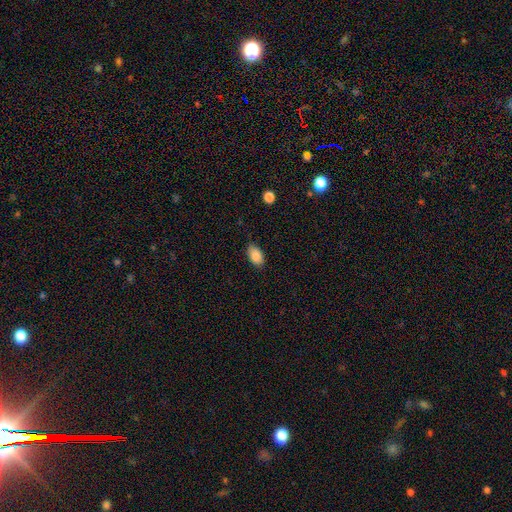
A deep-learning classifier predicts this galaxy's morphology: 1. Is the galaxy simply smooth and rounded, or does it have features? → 88% smooth, 8% star or artifact, 5% featured or disk.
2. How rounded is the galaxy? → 92% in between, 6% round, 2% cigar-shaped.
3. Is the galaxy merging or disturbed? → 82% none, 14% minor disturbance, 3% major disturbance, 1% merger.